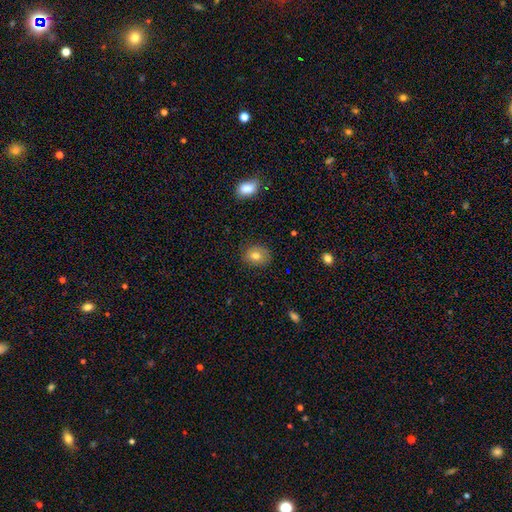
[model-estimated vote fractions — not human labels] A smooth galaxy with no disk features (77%) that is round (55%).

Vote fractions:
- Smooth or featured? smooth: 77% / featured or disk: 13% / star or artifact: 10%
- How rounded? round: 55% / in between: 44% / cigar-shaped: 1%
- Merging? none: 81% / minor disturbance: 14% / major disturbance: 3% / merger: 1%